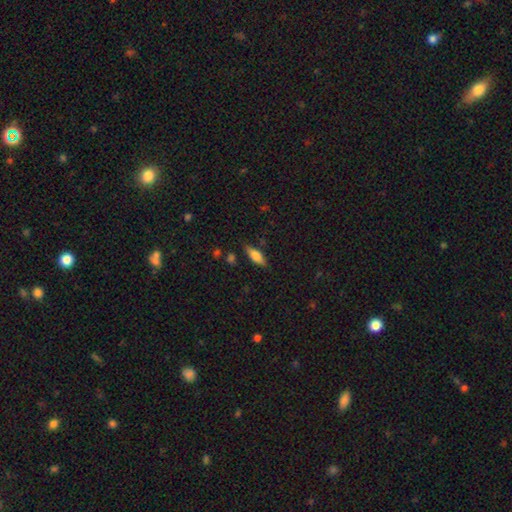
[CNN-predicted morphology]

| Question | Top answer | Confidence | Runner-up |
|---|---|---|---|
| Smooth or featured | smooth | 68% | featured or disk (25%) |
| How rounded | in between | 64% | cigar-shaped (33%) |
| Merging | none | 82% | minor disturbance (13%) |